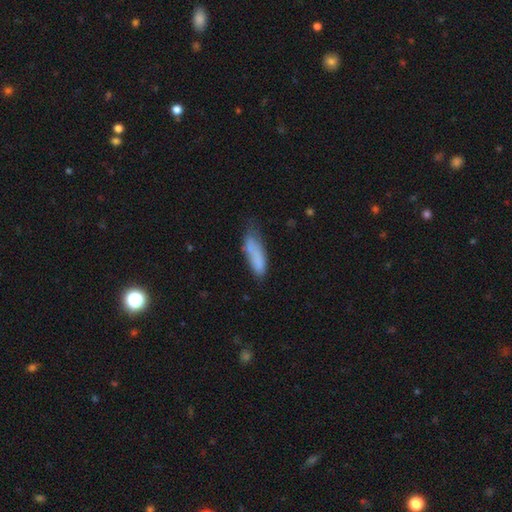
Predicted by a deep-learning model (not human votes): A smooth galaxy with no disk features (76%) that is cigar-shaped (57%). Merging: none (44%).